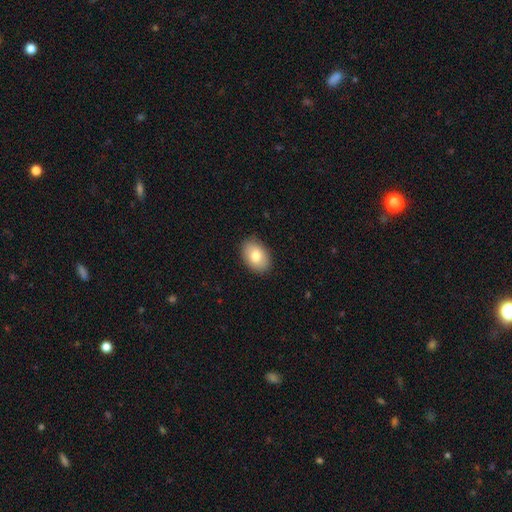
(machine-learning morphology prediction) Overall: smooth (80%). How rounded: in between (86%). Merging: none (88%).